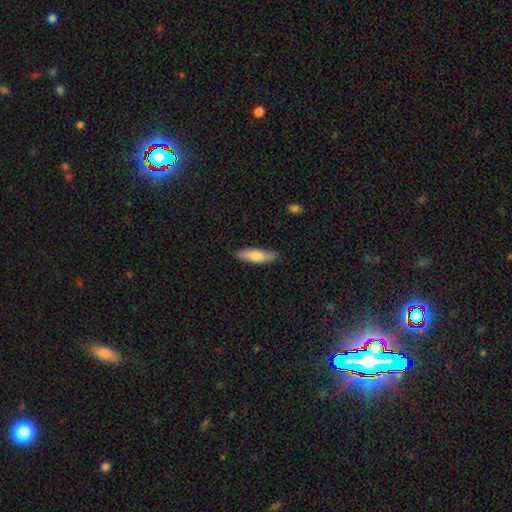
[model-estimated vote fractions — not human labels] smooth 75%, featured or disk 20%, star or artifact 6%. Down the decision tree: how rounded — cigar-shaped (55%); merging — none (83%).